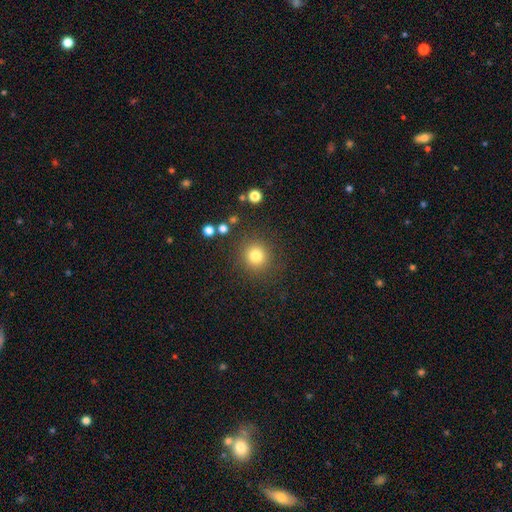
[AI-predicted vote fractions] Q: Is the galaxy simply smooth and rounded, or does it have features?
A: smooth — 81%.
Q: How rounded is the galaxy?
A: round — 93%.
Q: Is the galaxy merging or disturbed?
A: none — 87%.